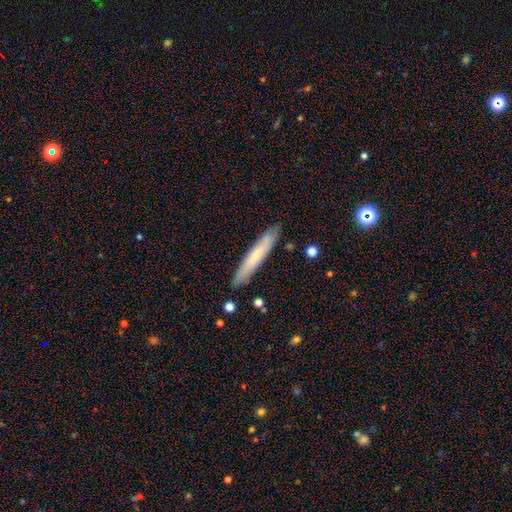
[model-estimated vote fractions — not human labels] A smooth galaxy with no disk features (64%) that is cigar-shaped (94%). Merging: none (88%).